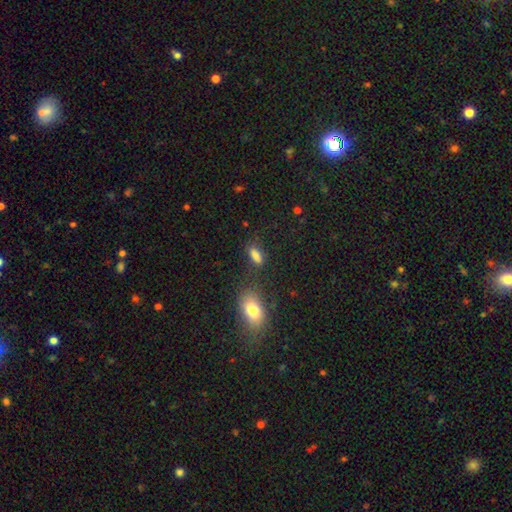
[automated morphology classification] smooth-or-featured: smooth: 79% | star or artifact: 12% | featured or disk: 9%
  how-rounded: in between: 73% | cigar-shaped: 21% | round: 7%
  merging: none: 62% | minor disturbance: 19% | merger: 10% | major disturbance: 9%